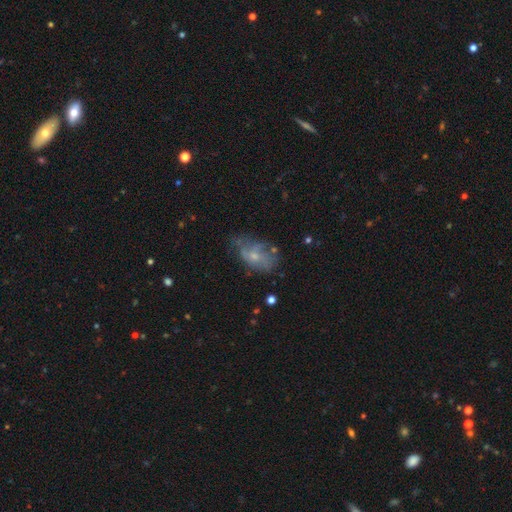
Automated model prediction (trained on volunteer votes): A featured or disk galaxy (50%). Merging: none (43%).